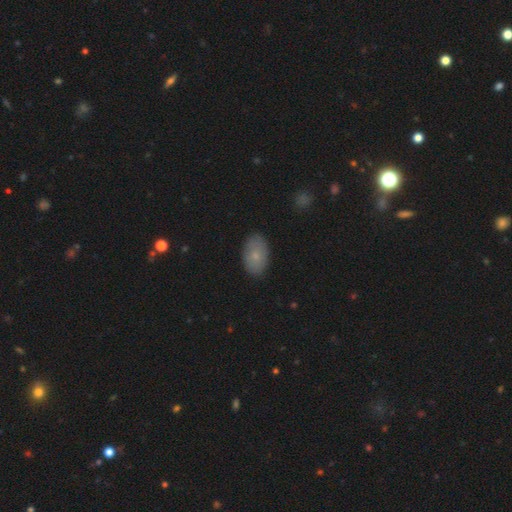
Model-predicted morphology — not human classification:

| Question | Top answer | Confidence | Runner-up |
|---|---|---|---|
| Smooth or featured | smooth | 79% | featured or disk (13%) |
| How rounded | in between | 91% | round (8%) |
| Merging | none | 87% | minor disturbance (10%) |